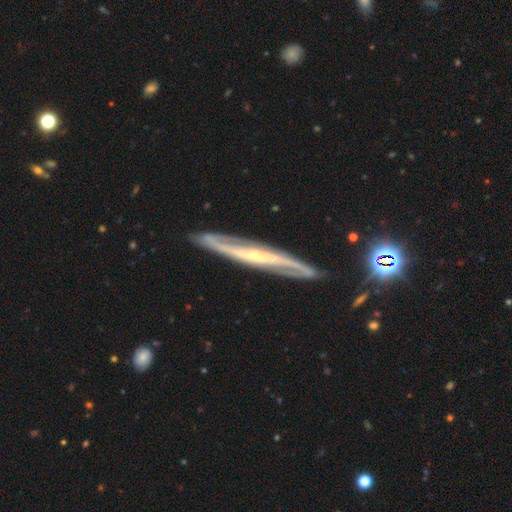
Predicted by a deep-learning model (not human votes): A featured or disk galaxy (85%) viewed edge-on (53%). Merging: none (81%).